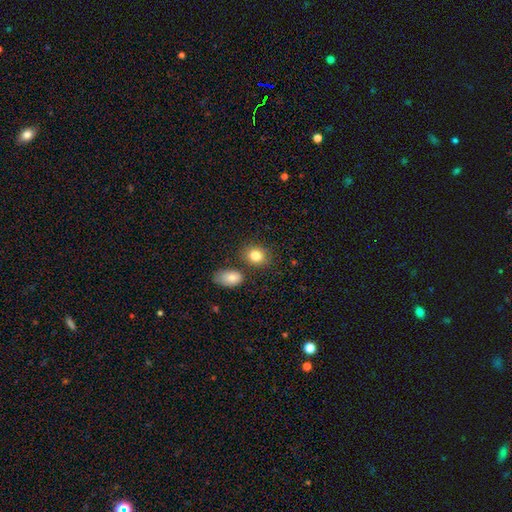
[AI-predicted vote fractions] The model was most divided on "how rounded": round: 52%, in between: 47%, cigar-shaped: 1%. More confident: smooth or featured — smooth (83%); merging — none (72%).